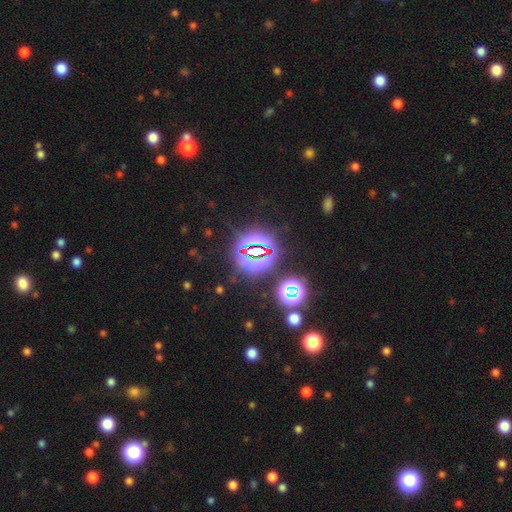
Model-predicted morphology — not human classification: Smooth or featured?
  - star or artifact: 77% *
  - smooth: 15%
  - featured or disk: 9%